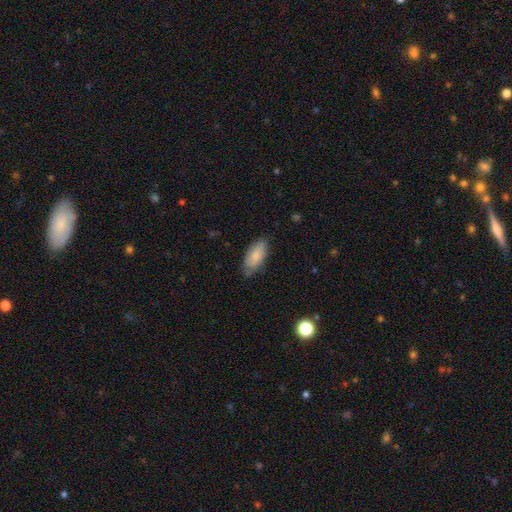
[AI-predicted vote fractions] smooth-or-featured: smooth: 83% | featured or disk: 11% | star or artifact: 6%
  how-rounded: in between: 87% | cigar-shaped: 11% | round: 2%
  merging: none: 72% | minor disturbance: 23% | major disturbance: 4% | merger: 2%